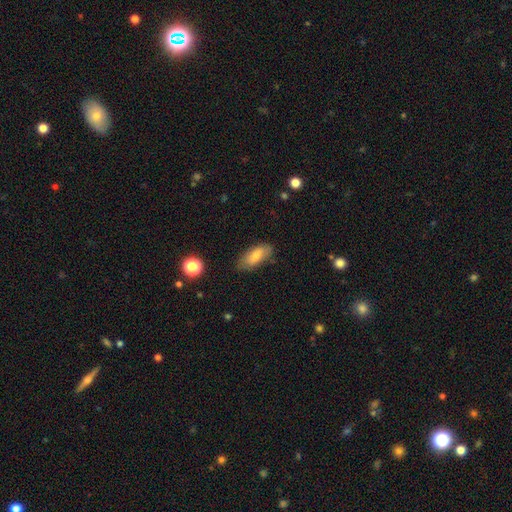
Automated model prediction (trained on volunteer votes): Smooth or featured? smooth (78%)
How rounded? in between (84%)
Merging? none (75%)